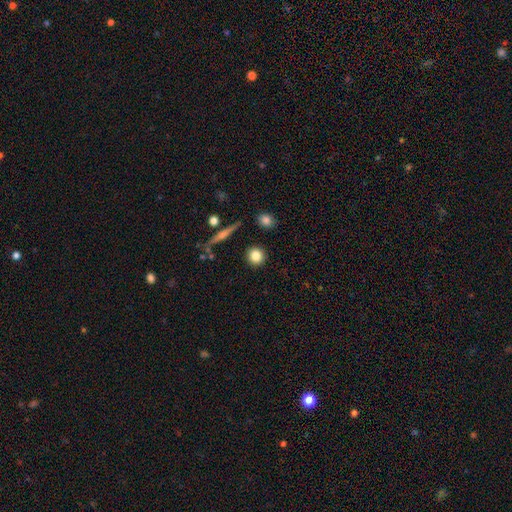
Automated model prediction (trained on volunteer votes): Smooth or featured?
  - smooth: 83% *
  - star or artifact: 9%
  - featured or disk: 9%
How rounded?
  - round: 90% *
  - in between: 8%
  - cigar-shaped: 2%
Merging?
  - none: 89% *
  - minor disturbance: 6%
  - merger: 3%
  - major disturbance: 2%